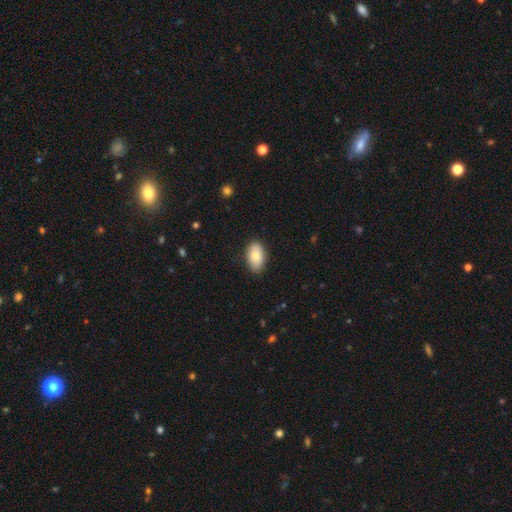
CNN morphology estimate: Overall: smooth (82%). How rounded: in between (93%). Merging: none (85%).